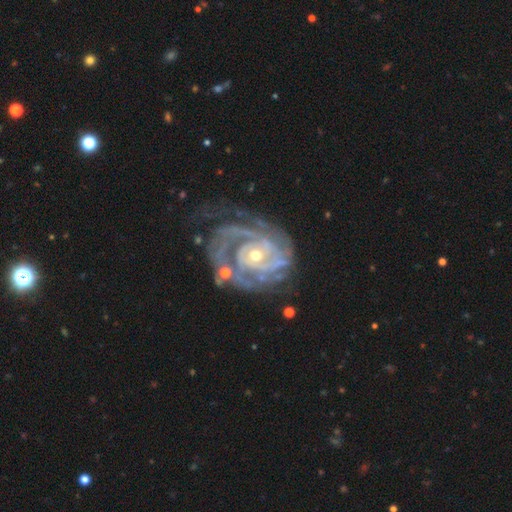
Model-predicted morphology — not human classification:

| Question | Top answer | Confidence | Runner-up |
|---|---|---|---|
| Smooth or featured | featured or disk | 92% | star or artifact (5%) |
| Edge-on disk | no | 98% | yes (2%) |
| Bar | no | 69% | weak (23%) |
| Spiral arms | yes | 97% | no (3%) |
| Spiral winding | tight | 70% | medium (25%) |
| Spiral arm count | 2 | 30% | 3 (26%) |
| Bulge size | small | 51% | moderate (46%) |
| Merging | none | 51% | minor disturbance (23%) |